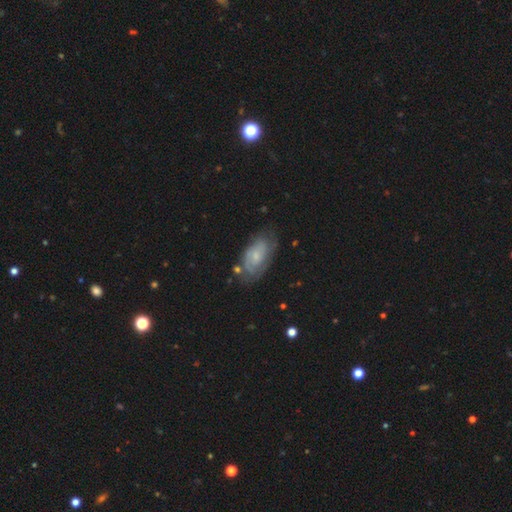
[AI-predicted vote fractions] Smooth or featured?
  - featured or disk: 62% *
  - smooth: 31%
  - star or artifact: 7%
Edge-on disk?
  - no: 94% *
  - yes: 6%
Bar?
  - no: 65% *
  - weak: 31%
  - strong: 5%
Spiral arms?
  - yes: 83% *
  - no: 17%
Bulge size?
  - small: 61% *
  - moderate: 26%
  - none: 9%
  - large: 3%
  - dominant: 1%
Merging?
  - none: 64% *
  - minor disturbance: 23%
  - major disturbance: 9%
  - merger: 3%